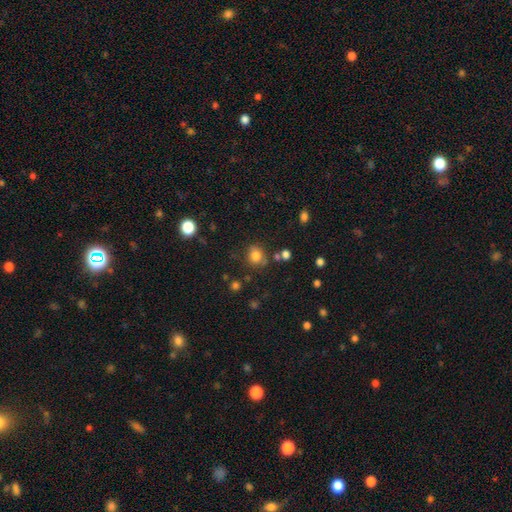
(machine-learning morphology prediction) Smooth or featured? smooth (79%)
How rounded? round (68%)
Merging? none (73%)